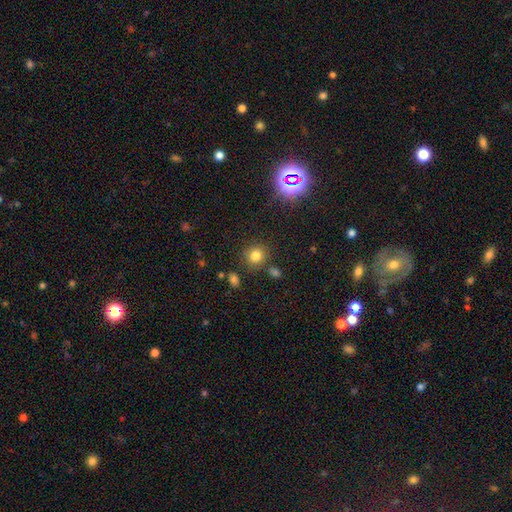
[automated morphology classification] Overall: smooth (78%). How rounded: round (85%). Merging: none (80%).